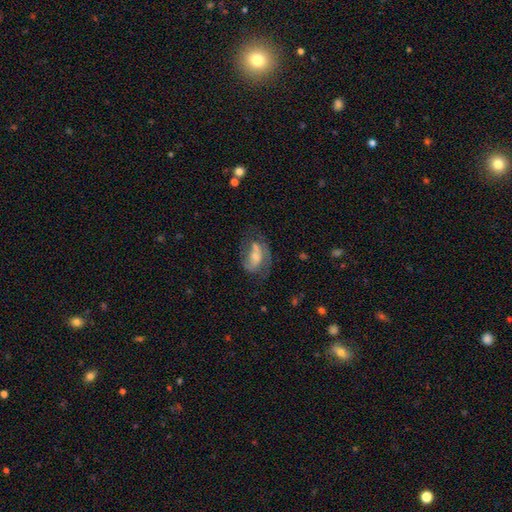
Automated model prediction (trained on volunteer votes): Smooth or featured: featured or disk — 60% (smooth — 32%)
Edge-on disk: no — 96% (yes — 4%)
Bar: no — 48% (weak — 35%)
Spiral arms: yes — 70% (no — 30%)
Bulge size: small — 40% (moderate — 37%)
Merging: none — 42% (major disturbance — 28%)